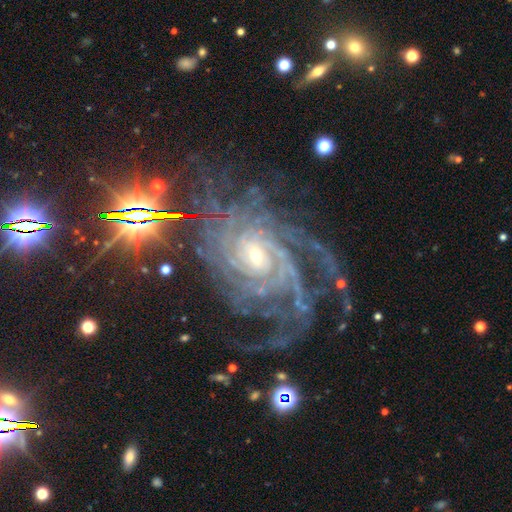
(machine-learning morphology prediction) Overall: featured or disk (87%). Edge-on disk: no (97%). Bar: no (56%; weak 32%). Spiral arms: yes (98%). Spiral arm count: more than 4 (25%; can't tell 23%). Spiral winding: tight (66%; medium 28%). Bulge size: small (67%; moderate 28%). Merging: none (62%).